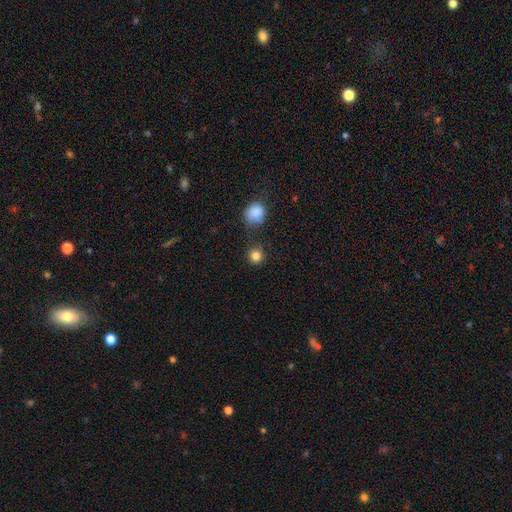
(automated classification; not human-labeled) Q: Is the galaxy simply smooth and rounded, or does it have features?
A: smooth — 83%.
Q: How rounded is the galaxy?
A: round — 92%.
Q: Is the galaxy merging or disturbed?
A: none — 82%.